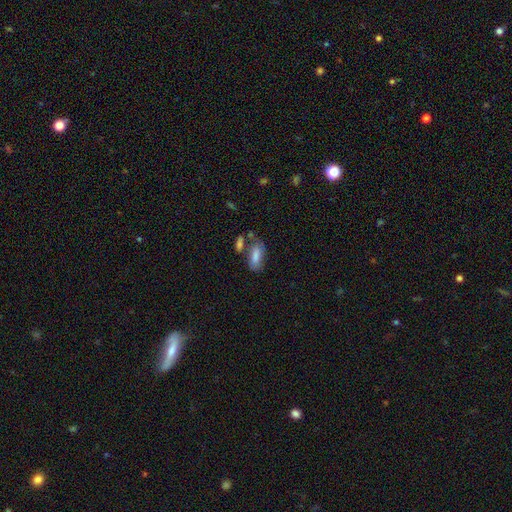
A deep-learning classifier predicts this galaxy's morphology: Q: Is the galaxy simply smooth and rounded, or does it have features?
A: smooth — 76%.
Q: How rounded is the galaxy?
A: in between — 82%.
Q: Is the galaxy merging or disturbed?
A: none — 50%.